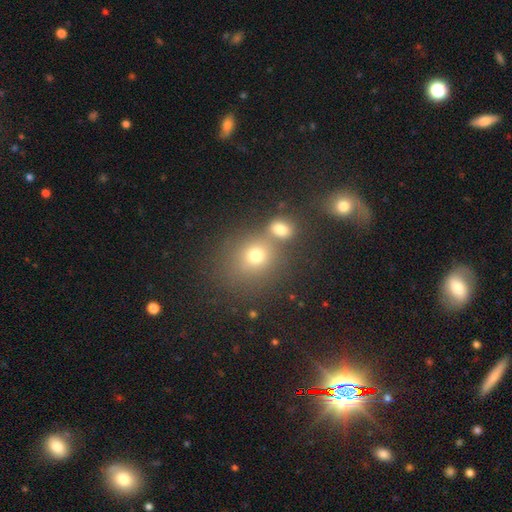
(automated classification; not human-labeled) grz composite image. It shows a smooth galaxy with no disk features (71%) that is round (71%). Merging: none (49%).